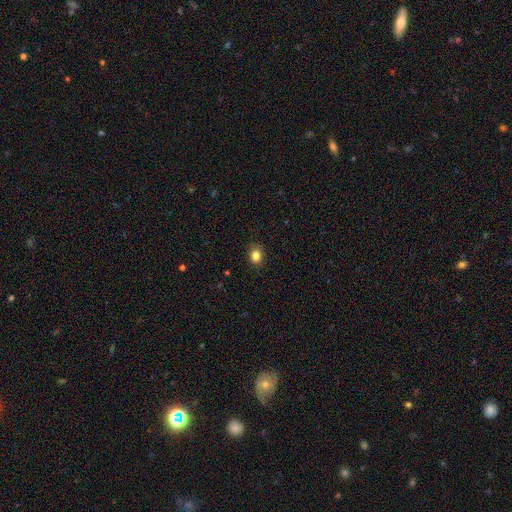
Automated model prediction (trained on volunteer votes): Smooth or featured: smooth — 83% (star or artifact — 11%)
How rounded: round — 55% (in between — 44%)
Merging: none — 87% (minor disturbance — 10%)